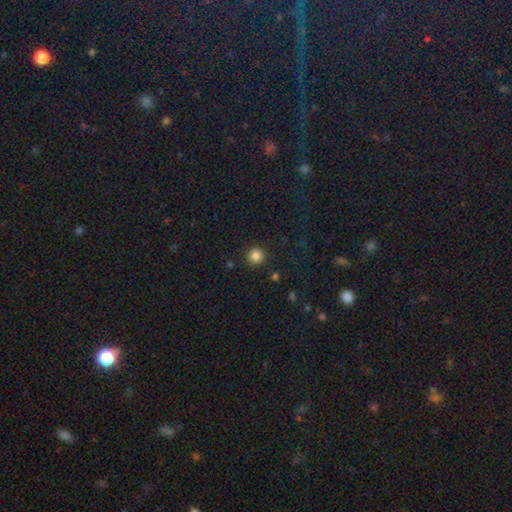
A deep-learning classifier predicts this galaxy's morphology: This is clearly a smooth galaxy (84%). How rounded: clearly round (95%). Merging: clearly none (91%).